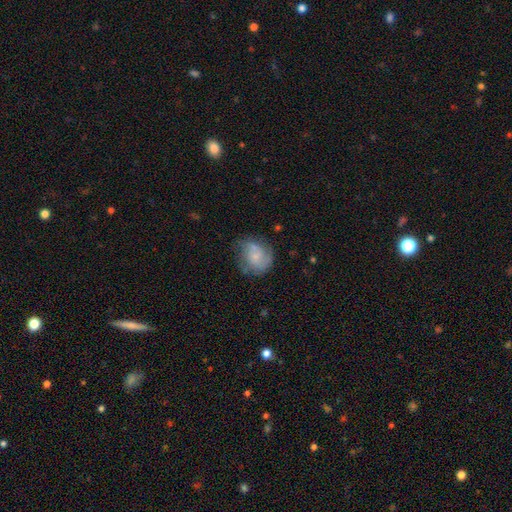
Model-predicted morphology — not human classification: Smooth or featured? Predicted: smooth (p=0.46). Merging? Predicted: none (p=0.55).